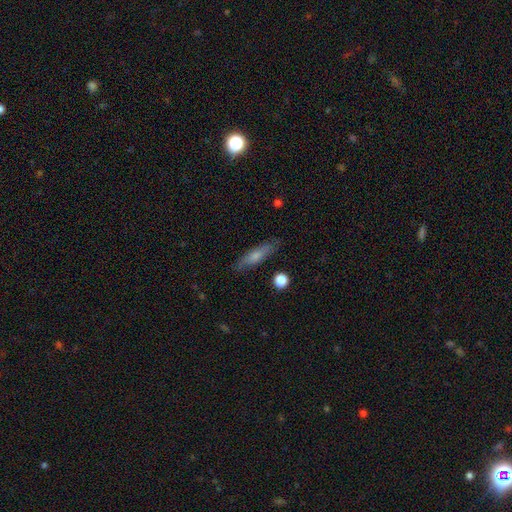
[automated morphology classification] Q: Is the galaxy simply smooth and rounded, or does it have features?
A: smooth — 62%.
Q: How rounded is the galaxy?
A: cigar-shaped — 72%.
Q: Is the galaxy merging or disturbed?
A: none — 82%.